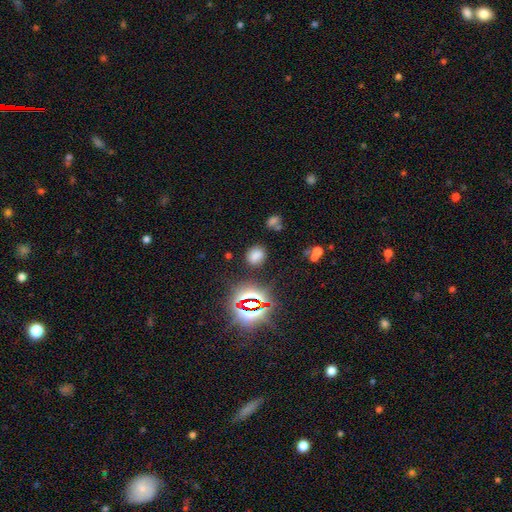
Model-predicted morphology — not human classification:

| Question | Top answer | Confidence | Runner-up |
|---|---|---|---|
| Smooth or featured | smooth | 67% | star or artifact (26%) |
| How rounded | round | 58% | in between (40%) |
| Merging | none | 81% | minor disturbance (11%) |